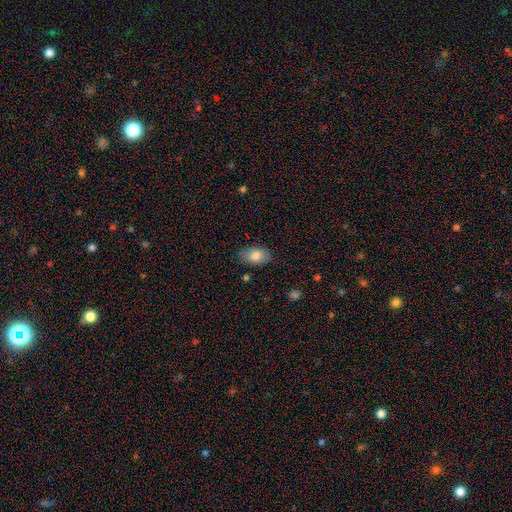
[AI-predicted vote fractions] Smooth or featured?
  - smooth: 82% *
  - featured or disk: 10%
  - star or artifact: 7%
How rounded?
  - in between: 90% *
  - round: 8%
  - cigar-shaped: 2%
Merging?
  - none: 83% *
  - minor disturbance: 13%
  - major disturbance: 3%
  - merger: 1%